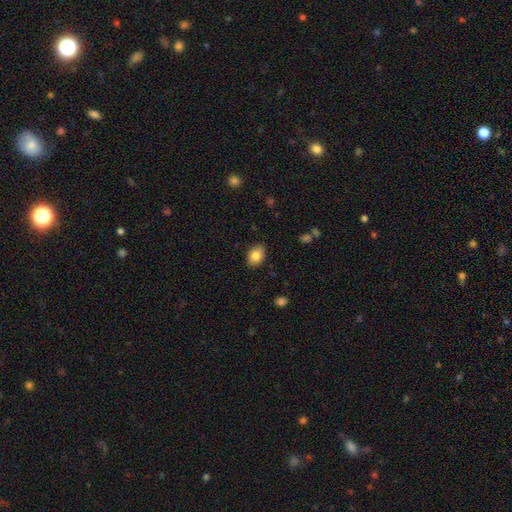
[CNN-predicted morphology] This appears to be a smooth galaxy with no disk features (84%) that is in between round and cigar-shaped (78%). Merging: none (86%).